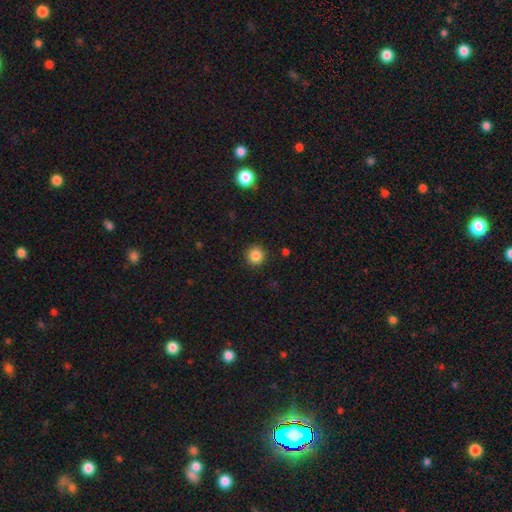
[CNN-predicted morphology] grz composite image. It shows a smooth galaxy with no disk features (86%) that is round (94%). Merging: none (91%).